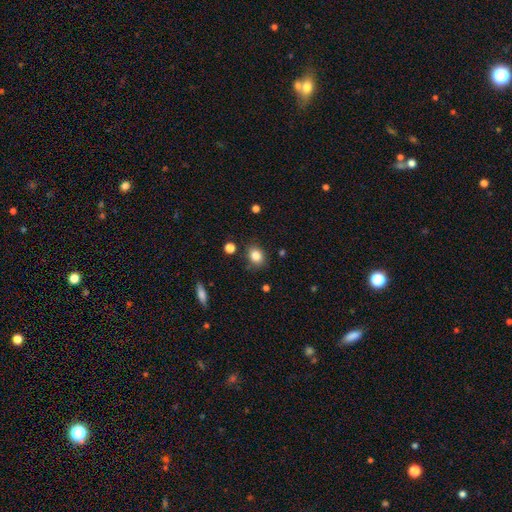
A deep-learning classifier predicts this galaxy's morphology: Smooth or featured: smooth — 83% (star or artifact — 11%)
How rounded: round — 57% (in between — 42%)
Merging: none — 82% (minor disturbance — 12%)